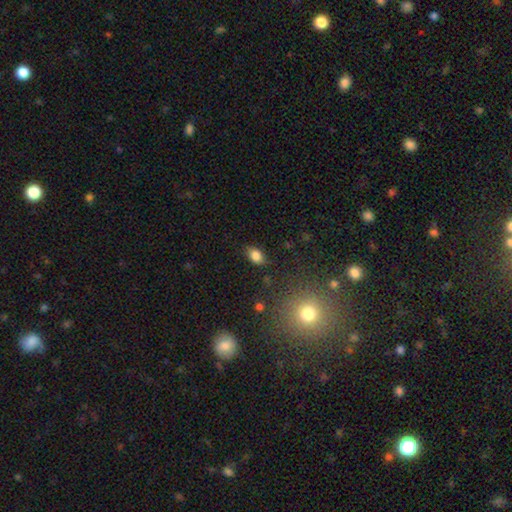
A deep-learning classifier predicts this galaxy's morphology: This appears to be a smooth galaxy with no disk features (82%) that is in between round and cigar-shaped (83%). Merging: none (78%).